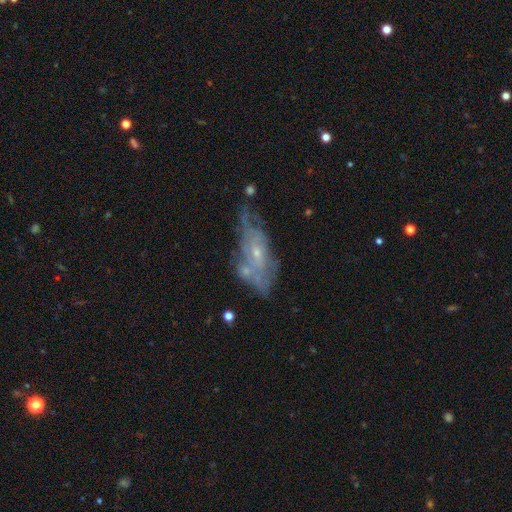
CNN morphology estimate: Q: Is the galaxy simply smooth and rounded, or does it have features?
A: featured or disk — 66%.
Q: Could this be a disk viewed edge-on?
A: no — 87%.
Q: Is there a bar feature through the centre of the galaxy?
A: no — 77%.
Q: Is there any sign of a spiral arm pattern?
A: yes — 57%.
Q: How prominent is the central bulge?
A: small — 71%.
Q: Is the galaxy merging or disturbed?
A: none — 44%.